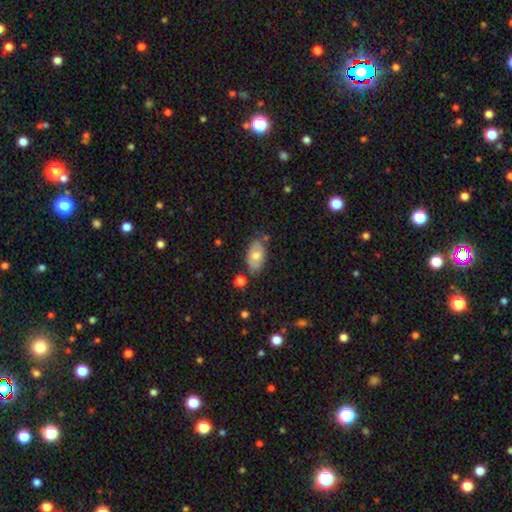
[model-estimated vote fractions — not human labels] Q: Smooth or featured?
A: smooth (65%); runner-up: featured or disk (28%)
Q: How rounded?
A: in between (93%); runner-up: round (5%)
Q: Merging?
A: none (70%); runner-up: minor disturbance (20%)